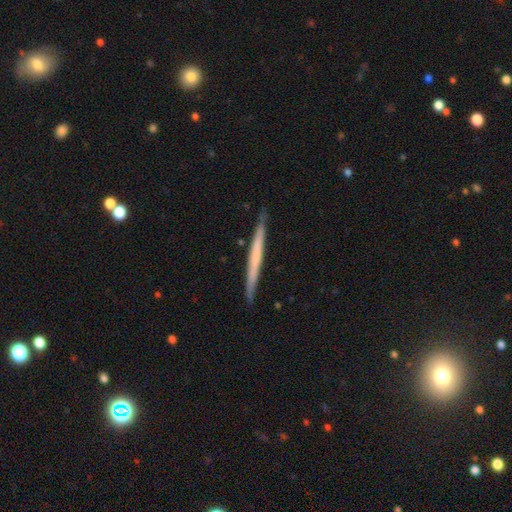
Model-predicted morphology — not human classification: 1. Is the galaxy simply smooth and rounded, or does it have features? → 49% featured or disk, 46% smooth, 5% star or artifact.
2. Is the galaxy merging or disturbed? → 88% none, 9% minor disturbance, 1% major disturbance, 1% merger.